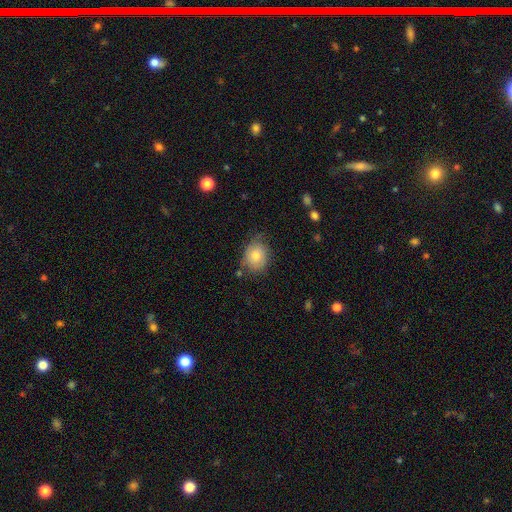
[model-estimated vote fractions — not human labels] Smooth or featured? Predicted: smooth (p=0.69). How rounded? Predicted: round (p=0.52). Merging? Predicted: none (p=0.61).